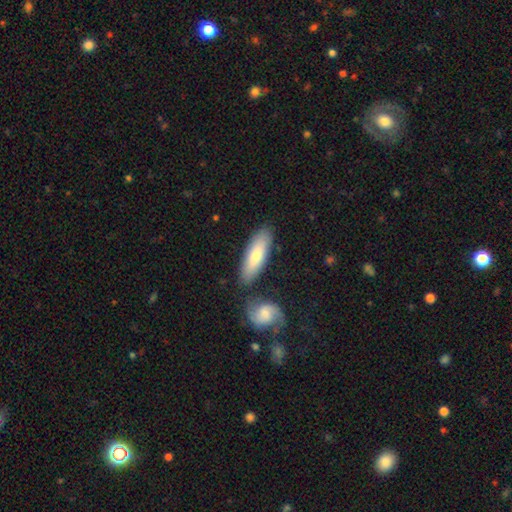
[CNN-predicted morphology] type=smooth (72%); roundness=in between (50%); merging=none (78%).